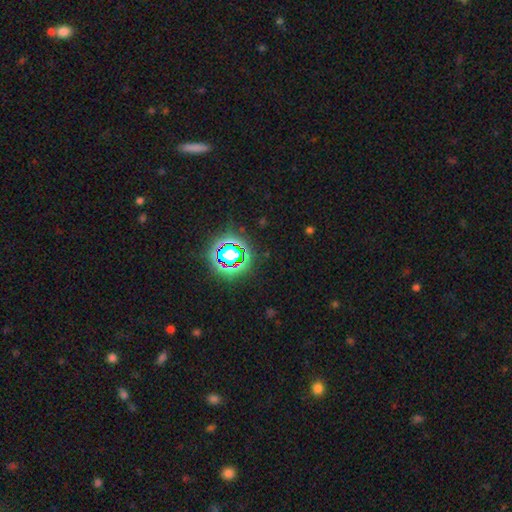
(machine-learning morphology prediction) The model was most divided on "smooth or featured": star or artifact: 77%, smooth: 15%, featured or disk: 8%.